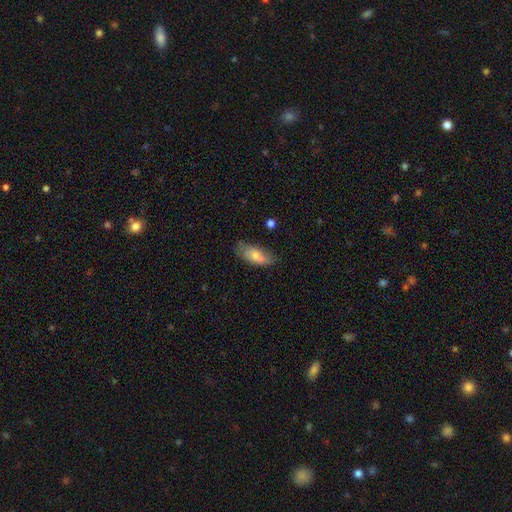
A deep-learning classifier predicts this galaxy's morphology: smooth-or-featured: smooth: 74% | featured or disk: 20% | star or artifact: 7%
  how-rounded: in between: 82% | cigar-shaped: 16% | round: 3%
  merging: none: 64% | minor disturbance: 26% | major disturbance: 6% | merger: 4%